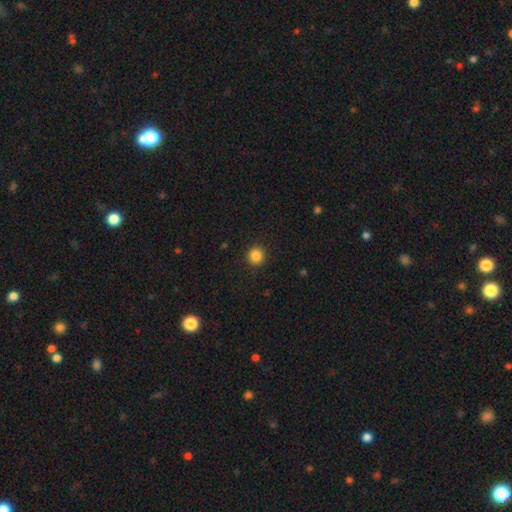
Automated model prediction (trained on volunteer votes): smooth 86%, star or artifact 11%, featured or disk 3%. Down the decision tree: how rounded — round (92%); merging — none (92%).